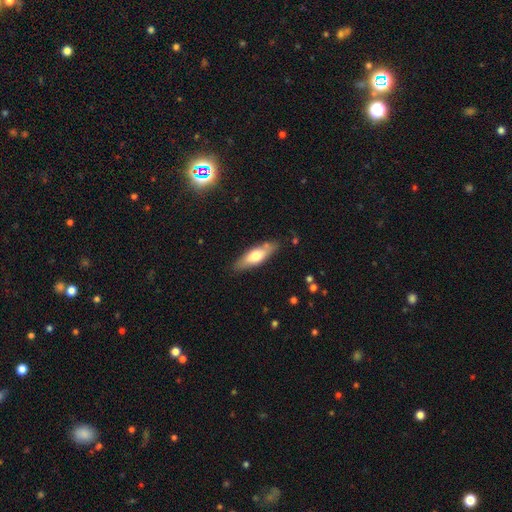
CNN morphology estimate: type=smooth (58%); roundness=in between (50%); merging=none (81%).